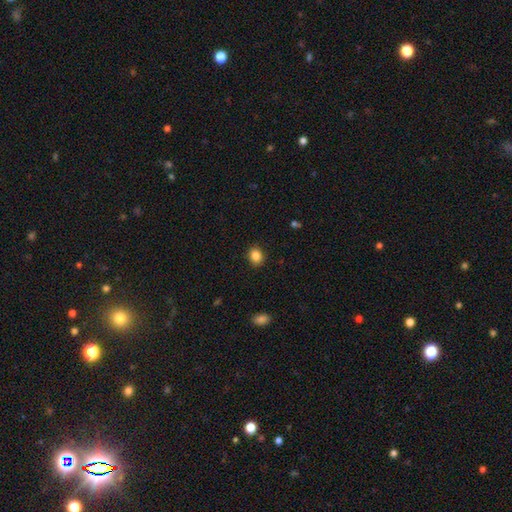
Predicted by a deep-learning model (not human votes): Smooth or featured? Predicted: smooth (p=0.86). How rounded? Predicted: round (p=0.57). Merging? Predicted: none (p=0.89).